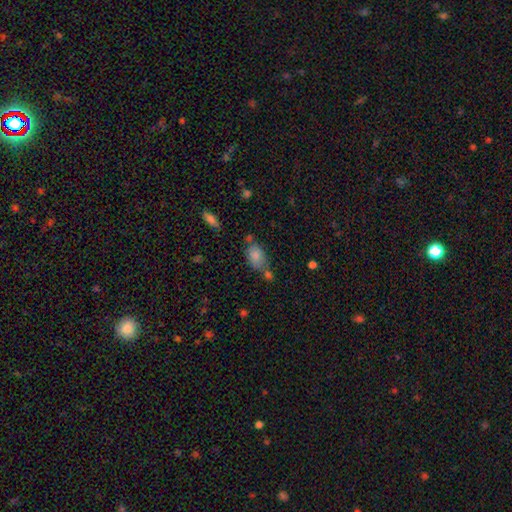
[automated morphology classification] smooth-or-featured: smooth: 83% | featured or disk: 9% | star or artifact: 8%
  how-rounded: in between: 85% | round: 13% | cigar-shaped: 2%
  merging: none: 51% | minor disturbance: 22% | merger: 21% | major disturbance: 7%